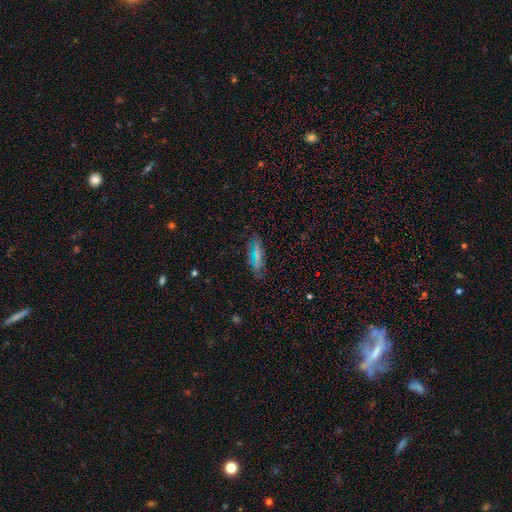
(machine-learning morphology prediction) A smooth galaxy with no disk features (61%) that is in between round and cigar-shaped (64%). Merging: none (82%).